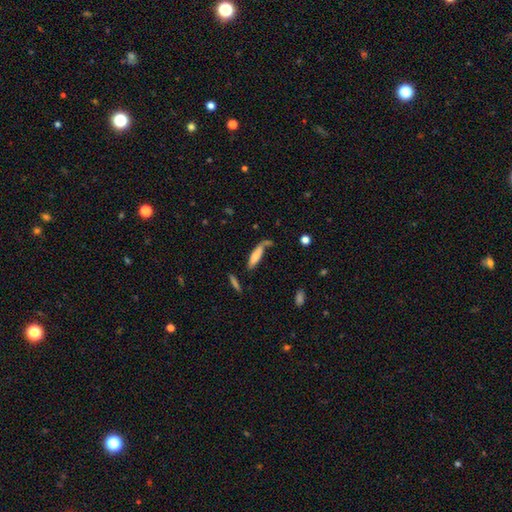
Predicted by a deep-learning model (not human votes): This appears to be a smooth galaxy with no disk features (72%) that is cigar-shaped (71%). Merging: none (50%).